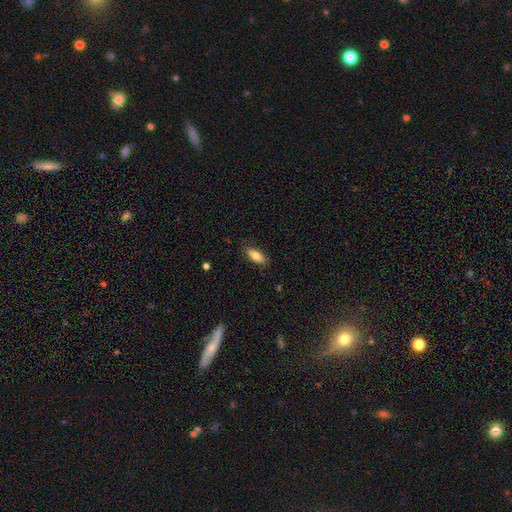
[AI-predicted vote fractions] Smooth or featured?
  - smooth: 76% *
  - featured or disk: 17%
  - star or artifact: 7%
How rounded?
  - in between: 79% *
  - cigar-shaped: 18%
  - round: 2%
Merging?
  - none: 84% *
  - minor disturbance: 12%
  - major disturbance: 3%
  - merger: 1%